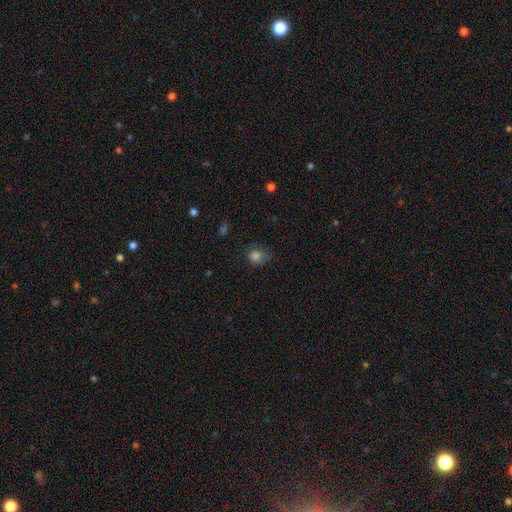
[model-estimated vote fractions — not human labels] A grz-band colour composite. It shows a smooth galaxy with no disk features (80%) that is round (64%). Merging: none (60%).